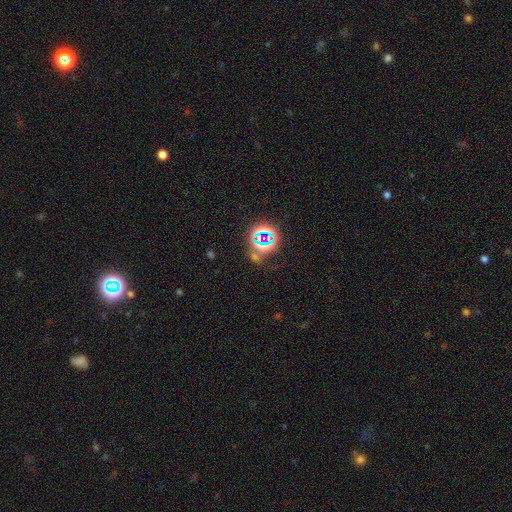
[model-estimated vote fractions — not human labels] Smooth or featured? star or artifact (70%)